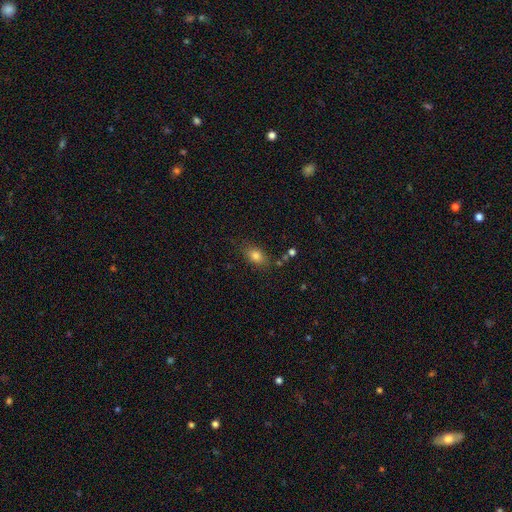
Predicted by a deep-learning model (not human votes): This appears to be a smooth galaxy with no disk features (80%) that is in between round and cigar-shaped (78%). Merging: none (78%).